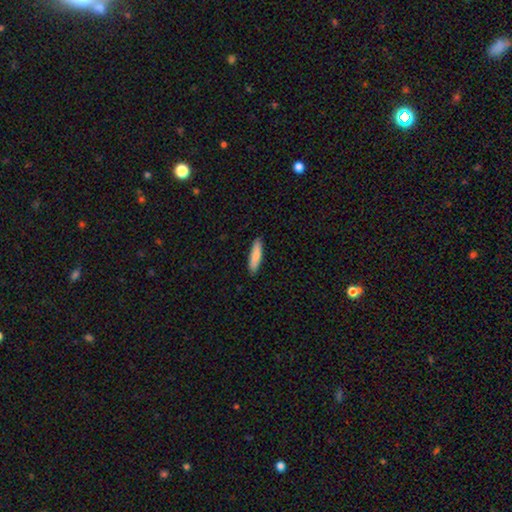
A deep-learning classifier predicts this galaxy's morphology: type=smooth (84%); roundness=cigar-shaped (72%); merging=none (89%).